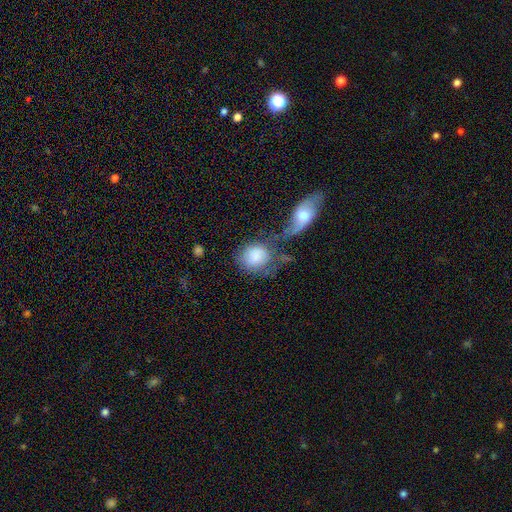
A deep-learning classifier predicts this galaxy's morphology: type=smooth (78%); roundness=round (65%); merging=merger (35%).